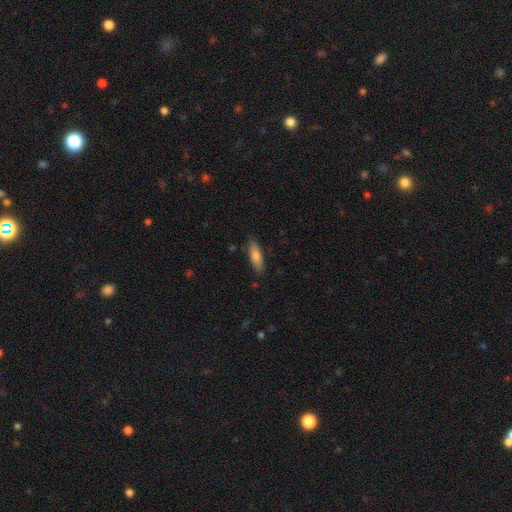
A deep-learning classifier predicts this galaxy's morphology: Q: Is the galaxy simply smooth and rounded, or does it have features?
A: smooth — 75%.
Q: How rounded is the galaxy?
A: cigar-shaped — 54%.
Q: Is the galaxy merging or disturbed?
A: none — 85%.